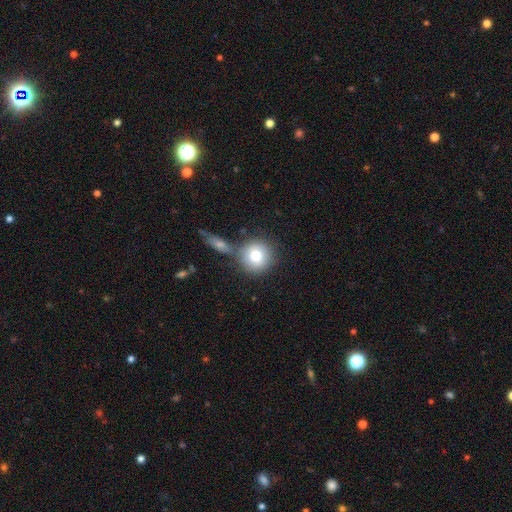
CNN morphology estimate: The model was most divided on "merging": none: 66%, merger: 20%, minor disturbance: 10%, major disturbance: 4%. More confident: how rounded — round (92%); smooth or featured — smooth (78%).